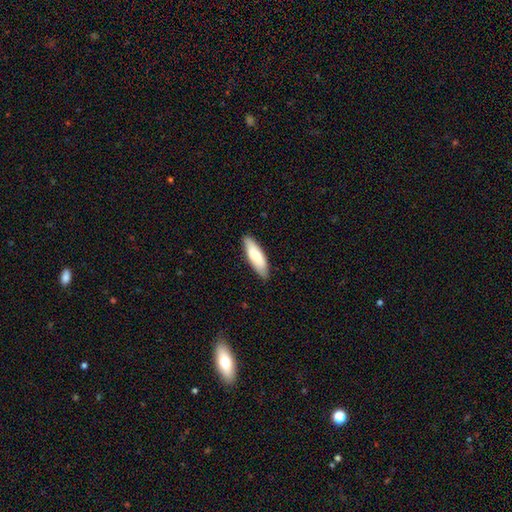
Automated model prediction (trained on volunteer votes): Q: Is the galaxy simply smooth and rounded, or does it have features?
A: smooth — 71%.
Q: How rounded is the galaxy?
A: in between — 53%.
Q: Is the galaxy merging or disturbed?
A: none — 84%.